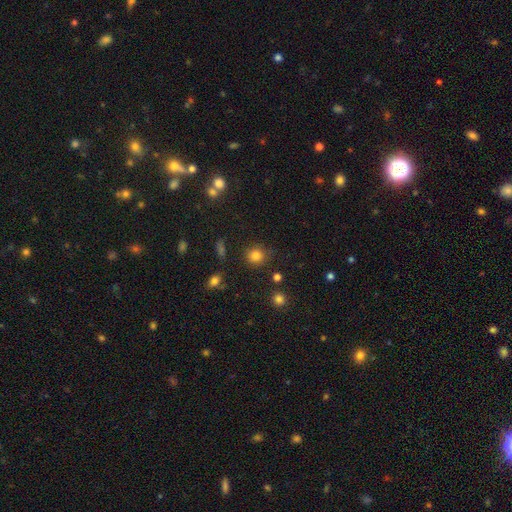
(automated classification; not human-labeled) Q: Smooth or featured?
A: smooth (81%); runner-up: star or artifact (14%)
Q: How rounded?
A: round (90%); runner-up: in between (9%)
Q: Merging?
A: none (85%); runner-up: minor disturbance (9%)